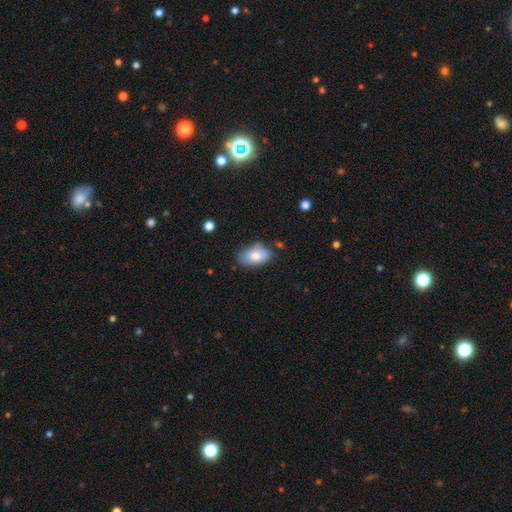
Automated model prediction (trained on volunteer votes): A smooth galaxy with no disk features (74%) that is in between round and cigar-shaped (92%). Merging: none (70%).